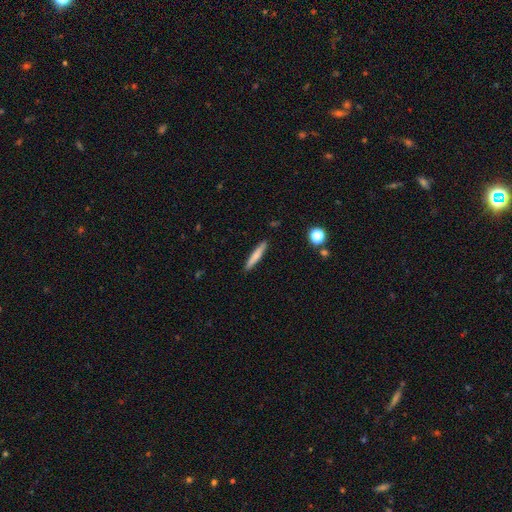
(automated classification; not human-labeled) This is likely a smooth galaxy (72%). How rounded: clearly cigar-shaped (93%). Merging: clearly none (91%).